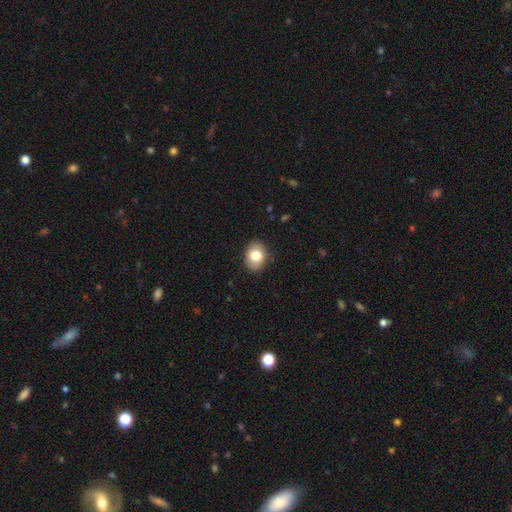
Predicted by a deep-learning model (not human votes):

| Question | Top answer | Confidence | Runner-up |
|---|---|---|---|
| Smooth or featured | smooth | 81% | featured or disk (11%) |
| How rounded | in between | 65% | round (34%) |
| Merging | none | 87% | minor disturbance (10%) |